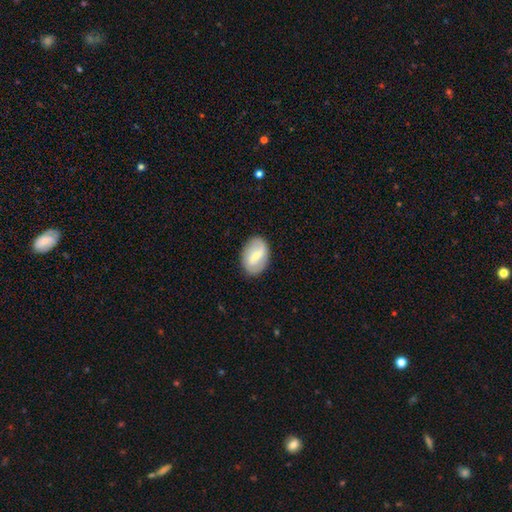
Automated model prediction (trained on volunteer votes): A featured or disk galaxy (52%). Merging: none (84%).